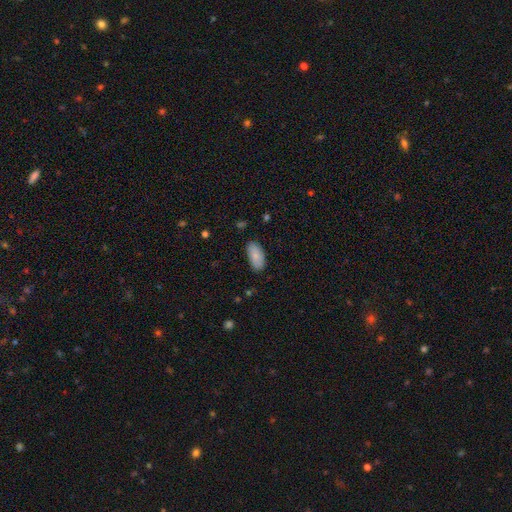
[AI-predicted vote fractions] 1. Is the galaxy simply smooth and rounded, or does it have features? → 82% smooth, 11% featured or disk, 7% star or artifact.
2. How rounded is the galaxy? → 92% in between, 5% cigar-shaped, 2% round.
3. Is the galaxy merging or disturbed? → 84% none, 13% minor disturbance, 2% major disturbance, 1% merger.